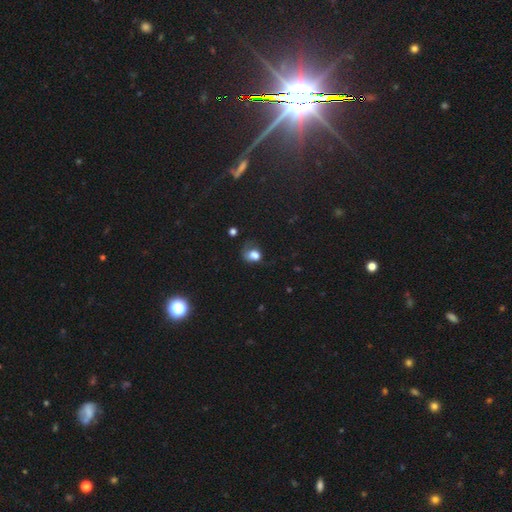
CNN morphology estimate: type=smooth (70%); roundness=round (51%); merging=major disturbance (37%).